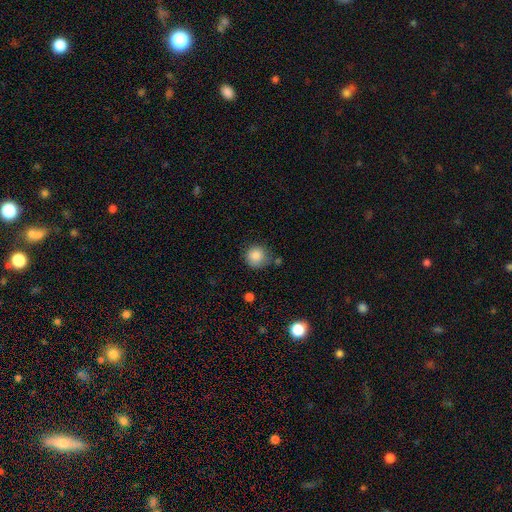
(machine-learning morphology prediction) smooth-or-featured: smooth: 86% | star or artifact: 9% | featured or disk: 5%
  how-rounded: round: 91% | in between: 8% | cigar-shaped: 1%
  merging: none: 70% | minor disturbance: 20% | merger: 5% | major disturbance: 5%